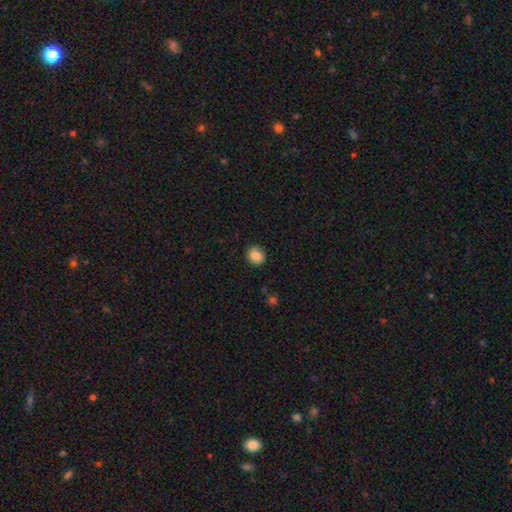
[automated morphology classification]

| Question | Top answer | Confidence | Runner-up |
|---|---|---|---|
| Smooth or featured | smooth | 84% | star or artifact (9%) |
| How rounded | round | 68% | in between (31%) |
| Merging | none | 89% | minor disturbance (8%) |